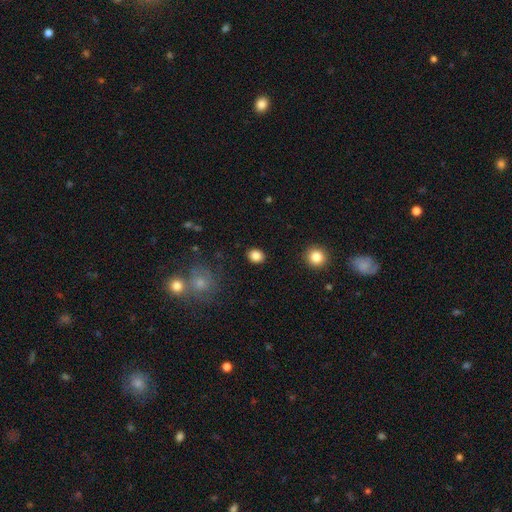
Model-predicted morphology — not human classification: Overall: smooth (86%). How rounded: round (61%; in between 38%). Merging: none (89%).